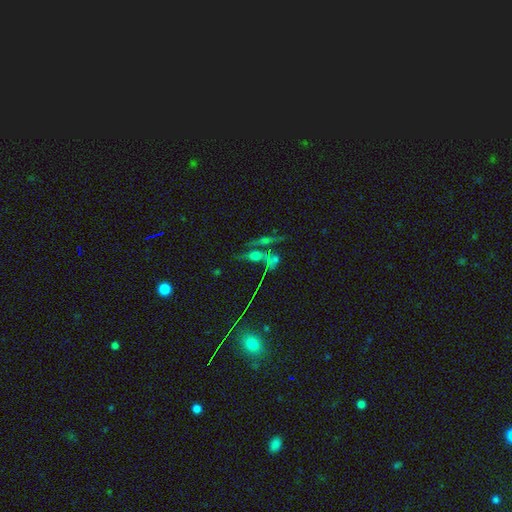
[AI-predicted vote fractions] This is marginally a star or artifact rather than a galaxy (37%).